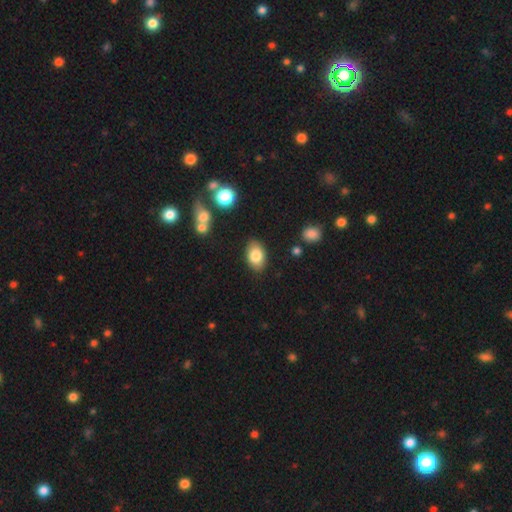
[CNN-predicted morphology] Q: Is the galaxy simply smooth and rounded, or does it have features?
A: smooth — 81%.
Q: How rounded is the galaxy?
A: in between — 89%.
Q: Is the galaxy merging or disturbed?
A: none — 85%.